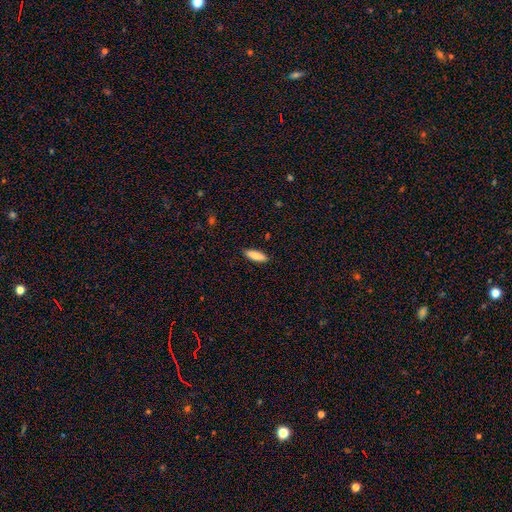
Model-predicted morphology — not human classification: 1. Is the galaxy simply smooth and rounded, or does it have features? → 86% smooth, 8% featured or disk, 6% star or artifact.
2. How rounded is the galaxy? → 50% in between, 49% cigar-shaped, 2% round.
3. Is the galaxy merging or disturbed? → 89% none, 8% minor disturbance, 2% major disturbance, 1% merger.